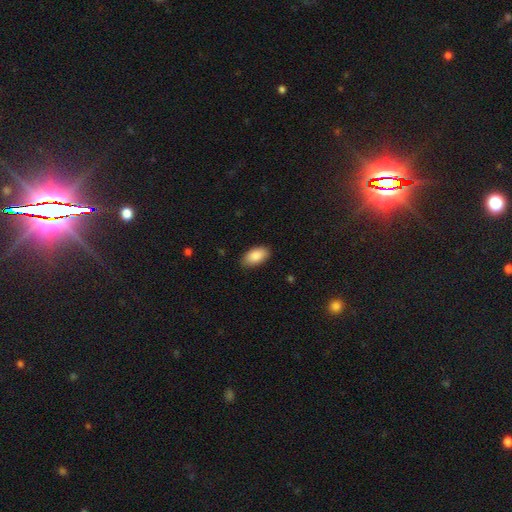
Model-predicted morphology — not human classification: Smooth or featured: smooth — 87% (star or artifact — 6%)
How rounded: in between — 94% (round — 3%)
Merging: none — 86% (minor disturbance — 11%)